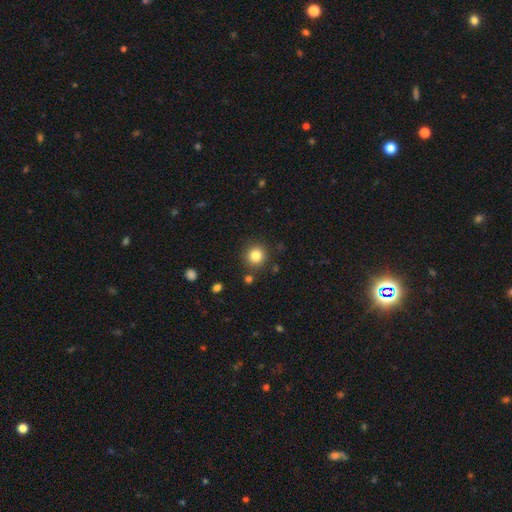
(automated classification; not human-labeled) Smooth or featured? Predicted: smooth (p=0.82). How rounded? Predicted: round (p=0.93). Merging? Predicted: none (p=0.87).